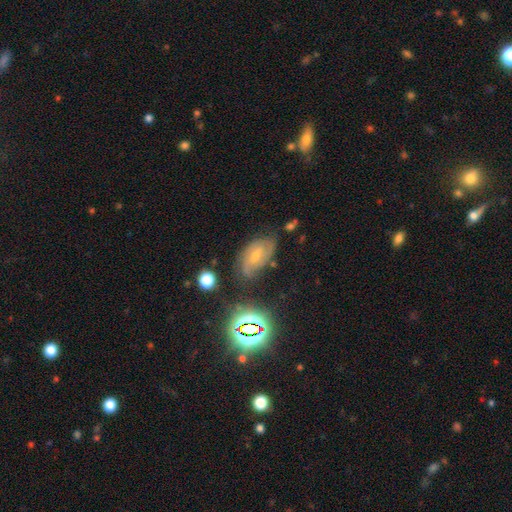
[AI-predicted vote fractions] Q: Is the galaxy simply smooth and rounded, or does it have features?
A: featured or disk — 59%.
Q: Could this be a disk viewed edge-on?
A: no — 94%.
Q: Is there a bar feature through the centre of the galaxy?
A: no — 50%.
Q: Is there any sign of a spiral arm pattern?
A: yes — 87%.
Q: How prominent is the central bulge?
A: small — 60%.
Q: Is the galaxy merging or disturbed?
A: none — 60%.